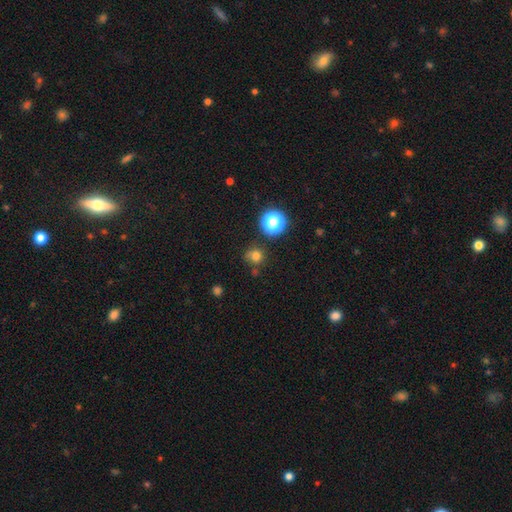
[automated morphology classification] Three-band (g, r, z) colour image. It shows a smooth galaxy with no disk features (74%) that is round (88%). Merging: none (76%).